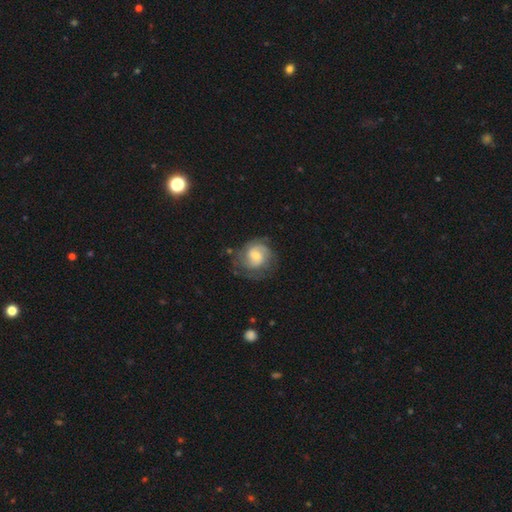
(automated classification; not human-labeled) featured or disk 72%, smooth 21%, star or artifact 6%. Down the decision tree: edge-on disk — no (98%); bar — no (48%); spiral arms — yes (92%); spiral arm count — 2 (52%); spiral winding — tight (51%); bulge size — moderate (46%); merging — none (66%).